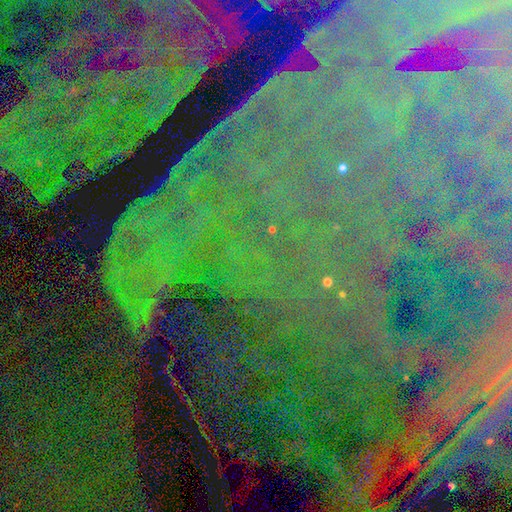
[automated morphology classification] Smooth or featured? Predicted: star or artifact (p=0.85).